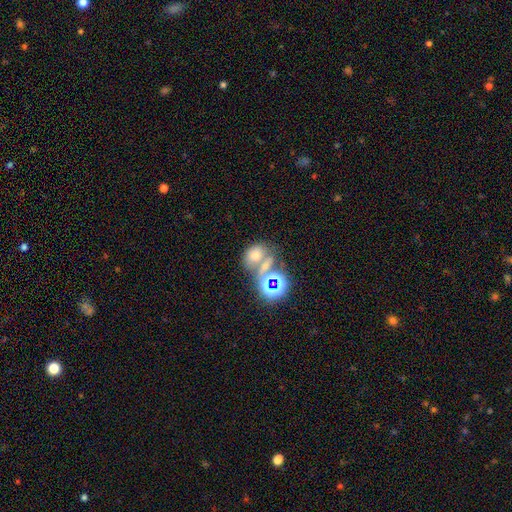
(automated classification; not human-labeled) The model was most divided on "merging": merger: 43%, none: 38%, minor disturbance: 11%, major disturbance: 8%. Remaining: smooth or featured — smooth (49%).